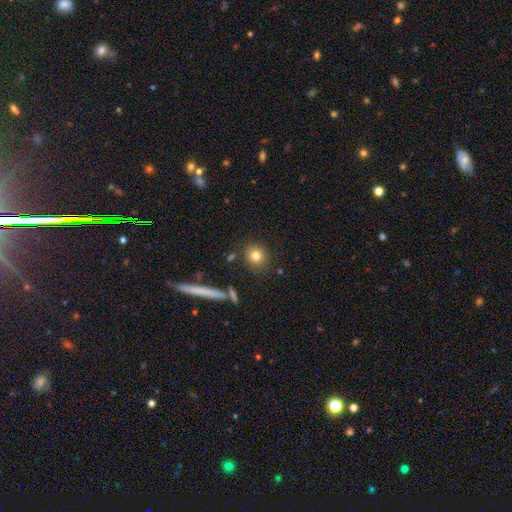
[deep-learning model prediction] Smooth or featured?
  - smooth: 79% *
  - star or artifact: 11%
  - featured or disk: 10%
How rounded?
  - round: 86% *
  - in between: 11%
  - cigar-shaped: 2%
Merging?
  - none: 84% *
  - minor disturbance: 8%
  - merger: 4%
  - major disturbance: 3%